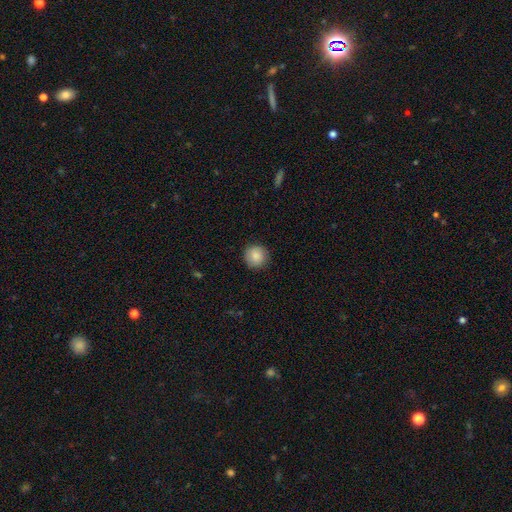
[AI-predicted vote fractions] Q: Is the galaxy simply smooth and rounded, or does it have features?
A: smooth — 86%.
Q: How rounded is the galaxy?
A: round — 94%.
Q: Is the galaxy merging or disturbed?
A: none — 89%.